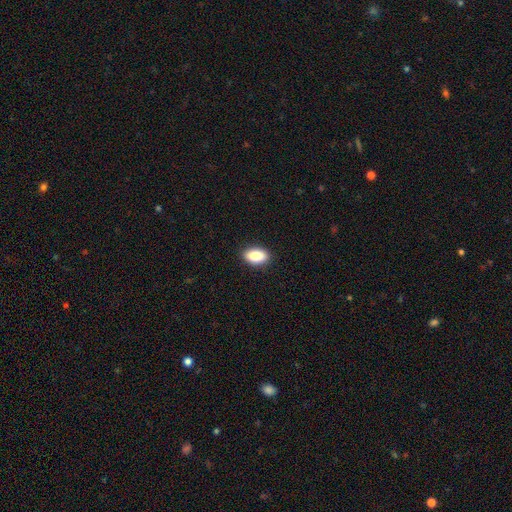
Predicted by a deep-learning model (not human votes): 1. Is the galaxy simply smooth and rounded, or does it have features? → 88% smooth, 7% star or artifact, 5% featured or disk.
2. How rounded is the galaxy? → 92% in between, 6% round, 2% cigar-shaped.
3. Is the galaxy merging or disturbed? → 90% none, 7% minor disturbance, 2% major disturbance, 1% merger.